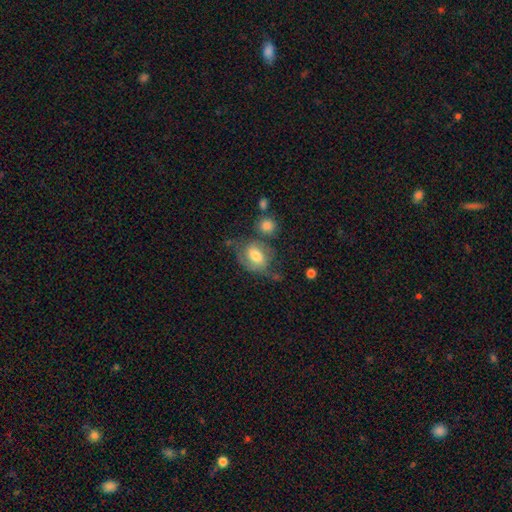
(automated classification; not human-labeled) This appears to be a smooth galaxy with no disk features (52%) that is in between round and cigar-shaped (68%). Merging: none (43%).